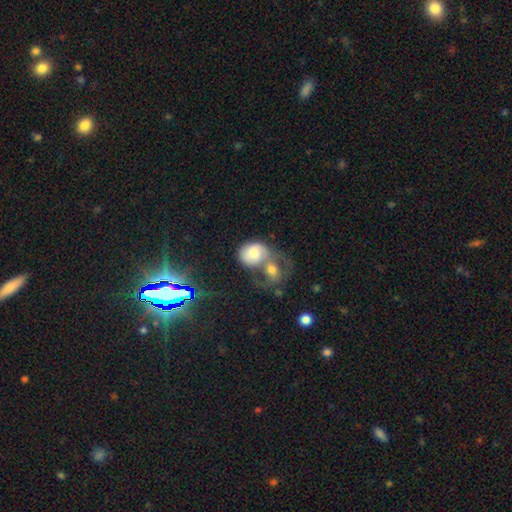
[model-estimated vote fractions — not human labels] This is possibly a smooth galaxy (53%). How rounded: possibly round (52%). Merging: likely merger (65%).